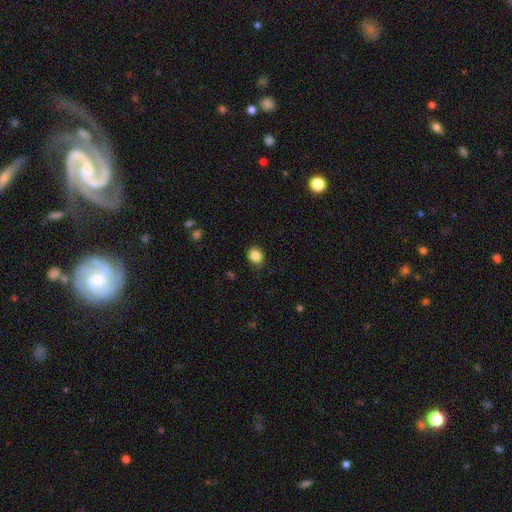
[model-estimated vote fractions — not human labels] A smooth galaxy with no disk features (86%) that is round (60%).

Vote fractions:
- Smooth or featured? smooth: 86% / star or artifact: 10% / featured or disk: 4%
- How rounded? round: 60% / in between: 39% / cigar-shaped: 1%
- Merging? none: 83% / minor disturbance: 13% / major disturbance: 3% / merger: 1%